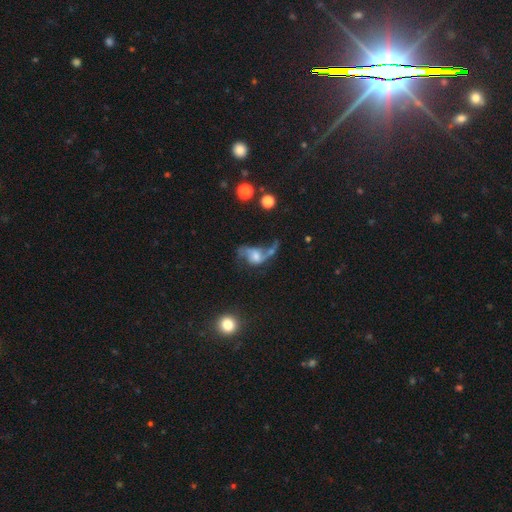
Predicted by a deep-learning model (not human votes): featured or disk 66%, smooth 22%, star or artifact 12%. Down the decision tree: edge-on disk — no (96%); bar — no (61%); spiral arms — yes (82%); spiral arm count — 2 (78%); spiral winding — loose (80%); bulge size — moderate (36%); merging — major disturbance (35%).